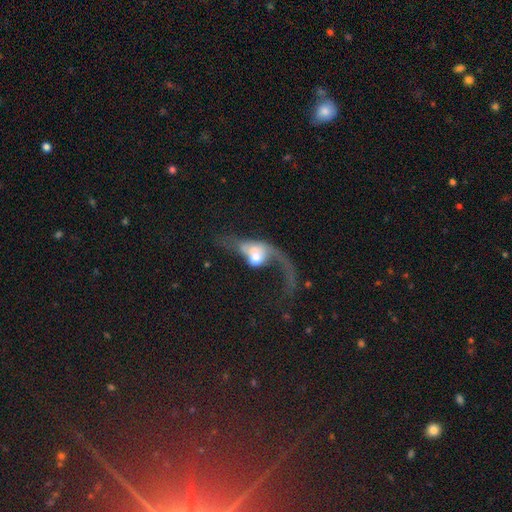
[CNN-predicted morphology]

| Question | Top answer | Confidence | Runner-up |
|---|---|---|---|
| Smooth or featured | featured or disk | 53% | smooth (38%) |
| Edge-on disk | no | 92% | yes (8%) |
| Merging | major disturbance | 43% | merger (35%) |